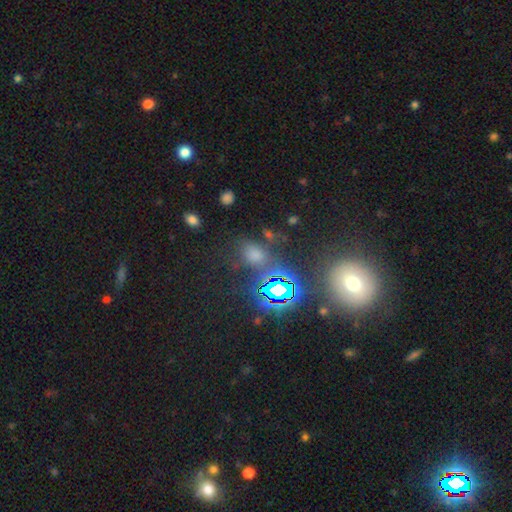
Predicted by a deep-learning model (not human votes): Morphology: type=smooth (48%); merging=none (67%).